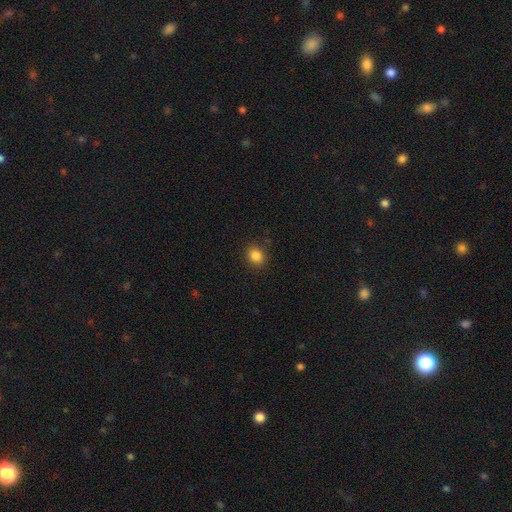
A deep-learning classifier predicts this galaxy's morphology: Overall: smooth (85%). How rounded: round (68%; in between 31%). Merging: none (88%).